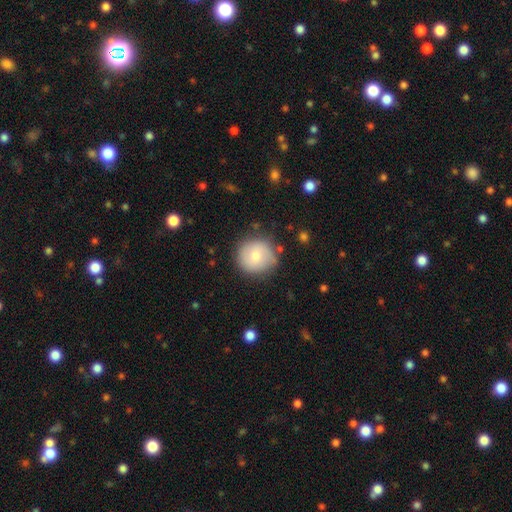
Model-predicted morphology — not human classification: smooth 71%, featured or disk 21%, star or artifact 8%. Down the decision tree: how rounded — round (92%); merging — none (81%).